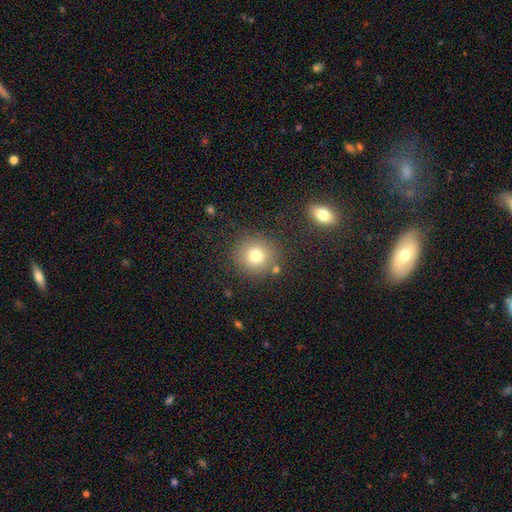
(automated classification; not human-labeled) smooth 78%, star or artifact 13%, featured or disk 10%. Down the decision tree: how rounded — round (90%); merging — none (83%).